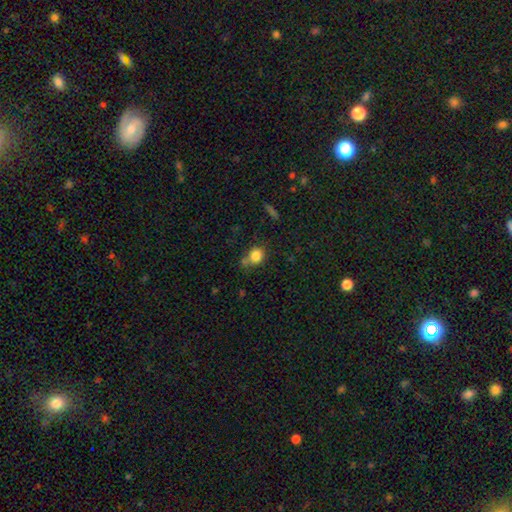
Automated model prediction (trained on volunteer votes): A smooth galaxy with no disk features (82%) that is round (71%).

Vote fractions:
- Smooth or featured? smooth: 82% / star or artifact: 11% / featured or disk: 7%
- How rounded? round: 71% / in between: 28% / cigar-shaped: 1%
- Merging? none: 56% / minor disturbance: 20% / merger: 18% / major disturbance: 7%